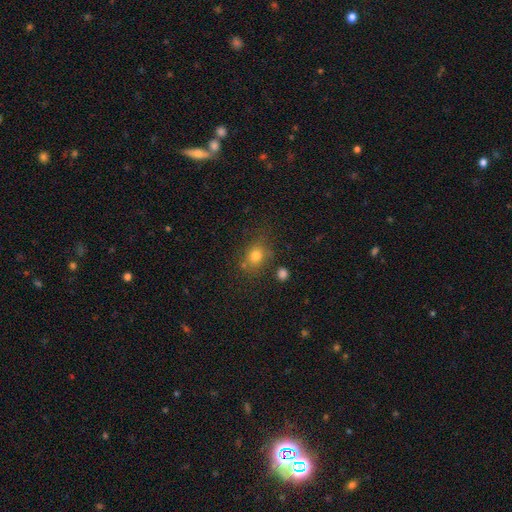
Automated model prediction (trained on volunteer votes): This appears to be a smooth galaxy with no disk features (78%) that is round (56%). Merging: none (70%).